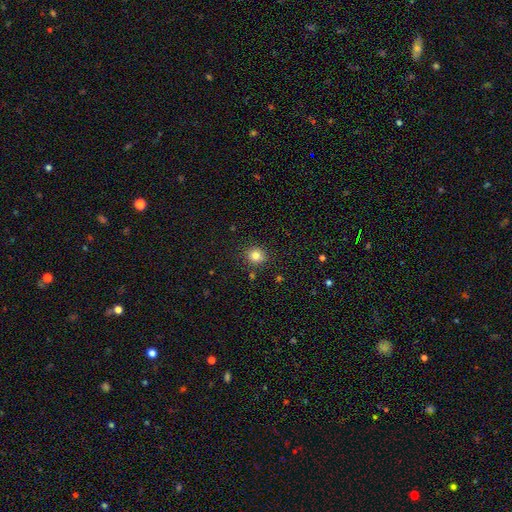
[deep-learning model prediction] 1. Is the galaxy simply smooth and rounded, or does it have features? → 82% smooth, 12% star or artifact, 6% featured or disk.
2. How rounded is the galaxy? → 83% round, 16% in between, 1% cigar-shaped.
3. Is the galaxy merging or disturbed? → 86% none, 9% minor disturbance, 3% merger, 2% major disturbance.